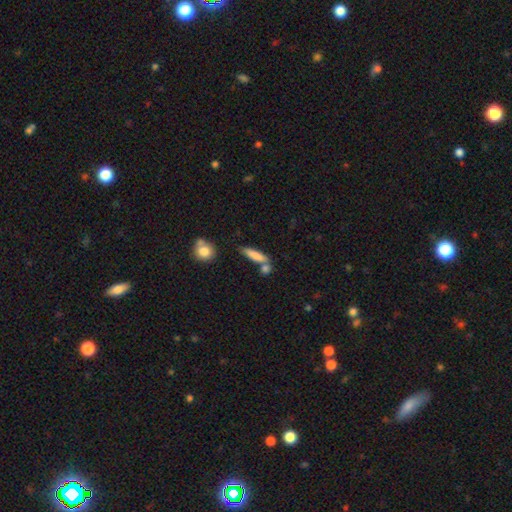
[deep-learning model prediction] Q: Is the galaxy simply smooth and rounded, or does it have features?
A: smooth — 79%.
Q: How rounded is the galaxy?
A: cigar-shaped — 72%.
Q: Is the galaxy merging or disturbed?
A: none — 59%.